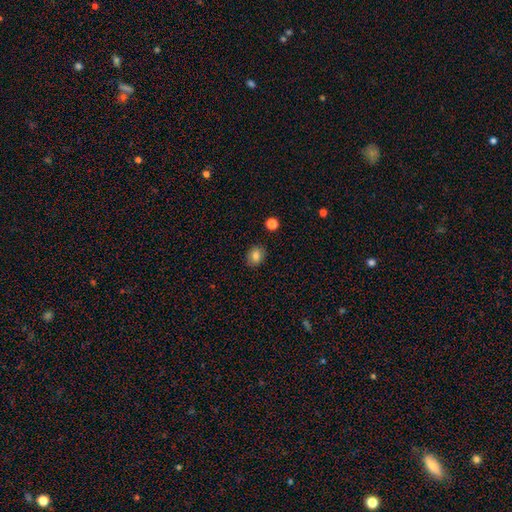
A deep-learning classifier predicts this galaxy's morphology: Smooth or featured: smooth — 82% (star or artifact — 10%)
How rounded: in between — 51% (round — 48%)
Merging: none — 88% (minor disturbance — 8%)